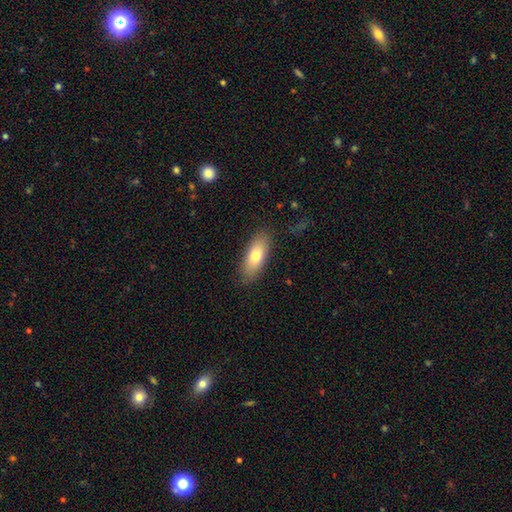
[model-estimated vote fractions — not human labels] smooth_or_featured: smooth (p=0.73) [alt: featured or disk p=0.20]
how_rounded: in between (p=0.75) [alt: cigar-shaped p=0.22]
merging: none (p=0.85) [alt: minor disturbance p=0.11]